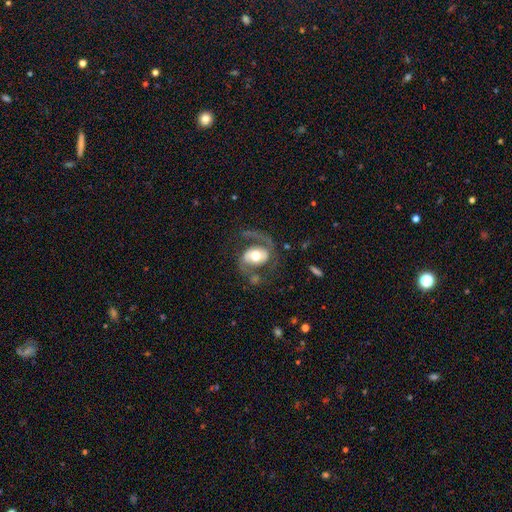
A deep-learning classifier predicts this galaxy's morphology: Q: Smooth or featured?
A: featured or disk (74%); runner-up: smooth (20%)
Q: Edge-on disk?
A: no (96%); runner-up: yes (4%)
Q: Bar?
A: no (54%); runner-up: weak (29%)
Q: Spiral arms?
A: yes (85%); runner-up: no (15%)
Q: Spiral winding?
A: medium (45%); runner-up: loose (40%)
Q: Spiral arm count?
A: 2 (72%); runner-up: 1 (21%)
Q: Bulge size?
A: moderate (64%); runner-up: large (25%)
Q: Merging?
A: none (51%); runner-up: major disturbance (28%)